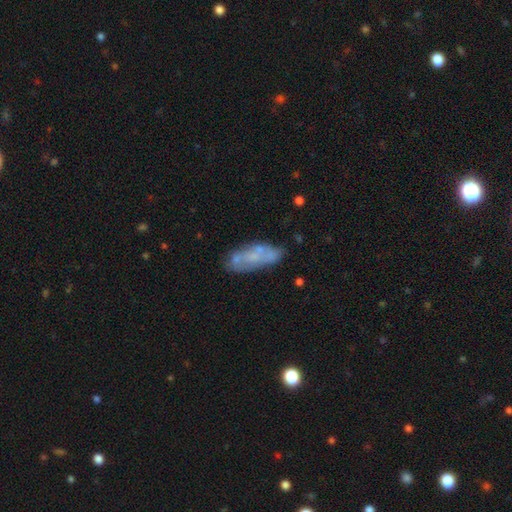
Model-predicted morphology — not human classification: Overall: featured or disk (47%; smooth 44%). Merging: none (65%).